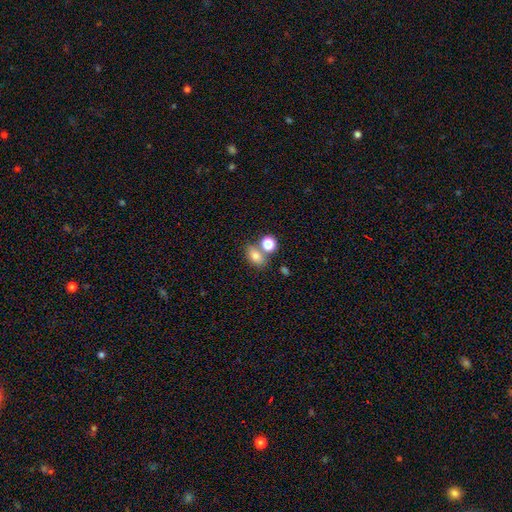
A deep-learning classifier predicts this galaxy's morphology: A smooth galaxy with no disk features (78%) that is in between round and cigar-shaped (73%). Merging: none (57%).